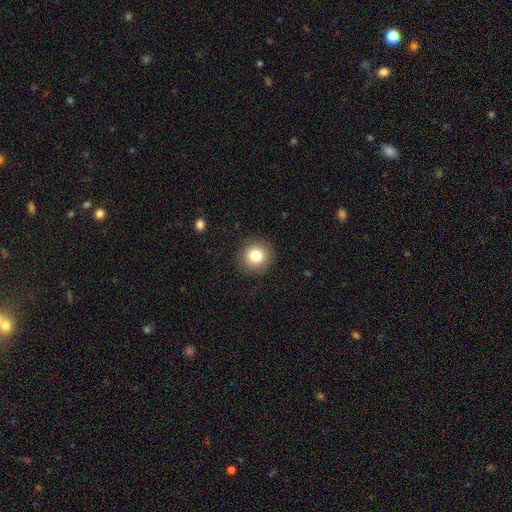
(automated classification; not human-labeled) Overall: smooth (81%). How rounded: round (94%). Merging: none (90%).